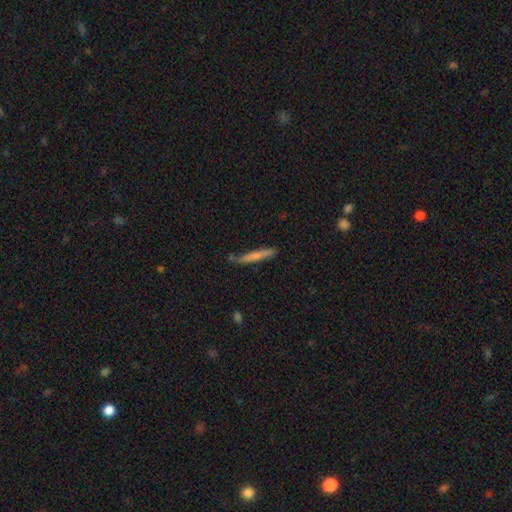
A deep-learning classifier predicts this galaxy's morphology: Smooth or featured: smooth — 67% (featured or disk — 27%)
How rounded: cigar-shaped — 95% (in between — 4%)
Merging: none — 74% (minor disturbance — 19%)